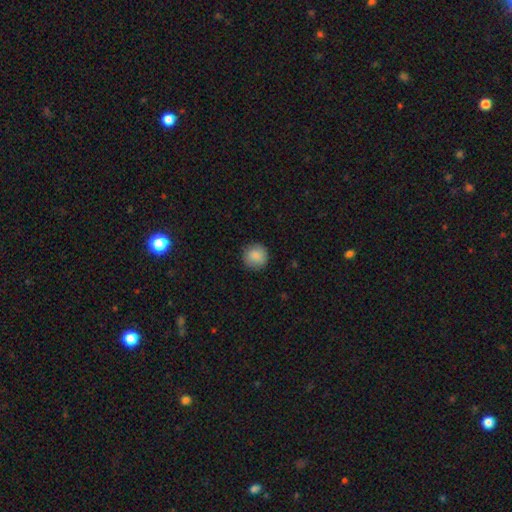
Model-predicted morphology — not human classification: A smooth galaxy with no disk features (88%) that is round (94%).

Vote fractions:
- Smooth or featured? smooth: 88% / star or artifact: 8% / featured or disk: 5%
- How rounded? round: 94% / in between: 5% / cigar-shaped: 1%
- Merging? none: 90% / minor disturbance: 8% / major disturbance: 2% / merger: 1%